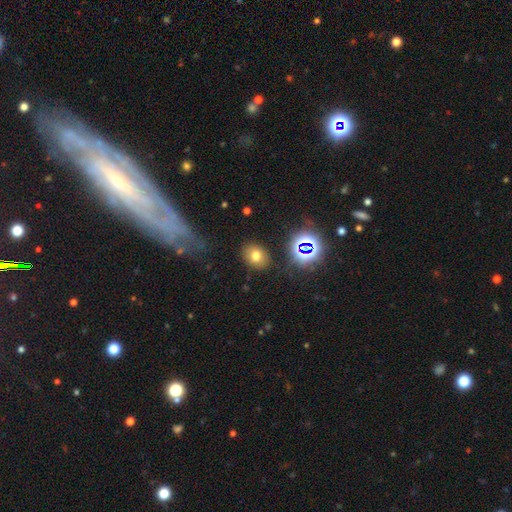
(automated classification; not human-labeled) The model was most divided on "how rounded": in between: 54%, round: 45%, cigar-shaped: 1%. More confident: merging — none (83%); smooth or featured — smooth (69%).